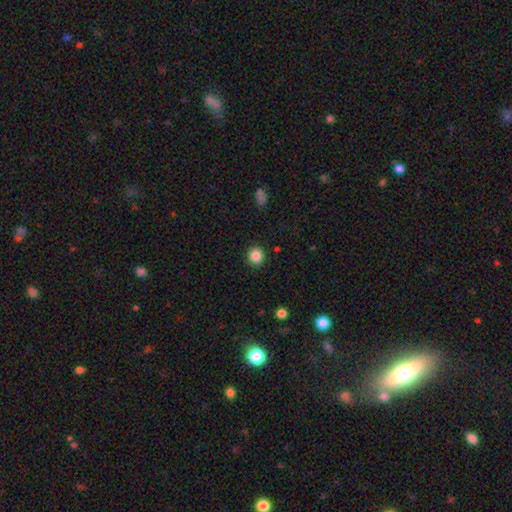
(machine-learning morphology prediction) Smooth or featured? smooth (85%)
How rounded? round (91%)
Merging? none (91%)